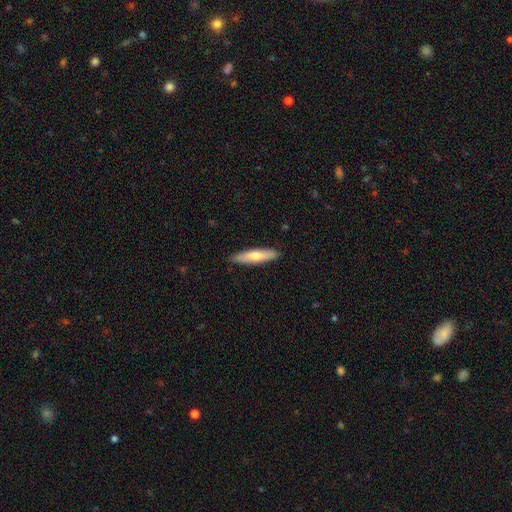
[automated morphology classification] Q: Smooth or featured?
A: smooth (70%); runner-up: featured or disk (25%)
Q: How rounded?
A: cigar-shaped (80%); runner-up: in between (19%)
Q: Merging?
A: none (88%); runner-up: minor disturbance (10%)